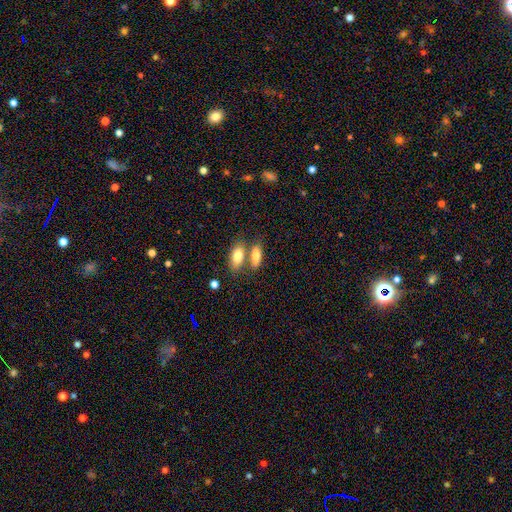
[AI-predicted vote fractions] Smooth or featured?
  - smooth: 78% *
  - featured or disk: 15%
  - star or artifact: 6%
How rounded?
  - in between: 79% *
  - cigar-shaped: 17%
  - round: 4%
Merging?
  - none: 45% *
  - merger: 42%
  - minor disturbance: 10%
  - major disturbance: 3%